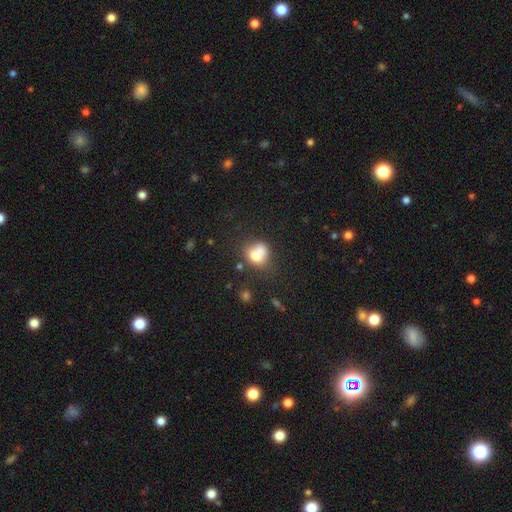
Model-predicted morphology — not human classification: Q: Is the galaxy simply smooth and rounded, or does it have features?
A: smooth — 71%.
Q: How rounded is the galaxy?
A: round — 70%.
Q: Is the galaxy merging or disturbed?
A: none — 38%.